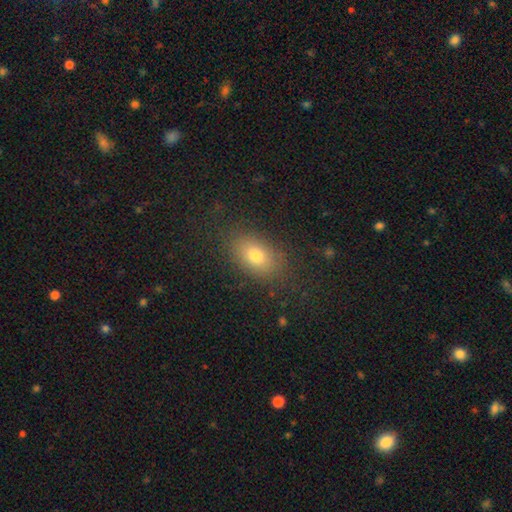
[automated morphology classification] smooth-or-featured: smooth: 76% | featured or disk: 13% | star or artifact: 11%
  how-rounded: in between: 83% | round: 14% | cigar-shaped: 3%
  merging: none: 83% | minor disturbance: 11% | major disturbance: 4% | merger: 1%